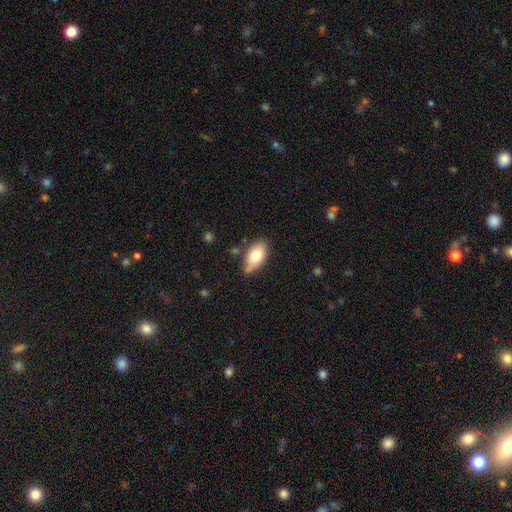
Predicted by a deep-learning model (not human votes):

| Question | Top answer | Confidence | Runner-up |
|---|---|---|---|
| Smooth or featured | smooth | 75% | featured or disk (18%) |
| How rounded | in between | 92% | round (4%) |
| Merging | none | 68% | minor disturbance (23%) |